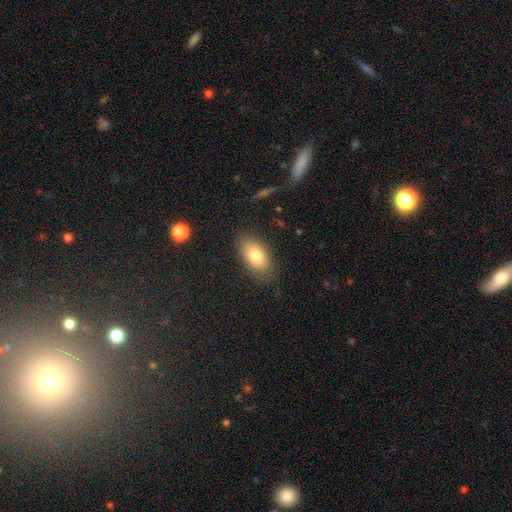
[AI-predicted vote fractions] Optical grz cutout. It shows a smooth galaxy with no disk features (78%) that is in between round and cigar-shaped (91%). Merging: none (82%).